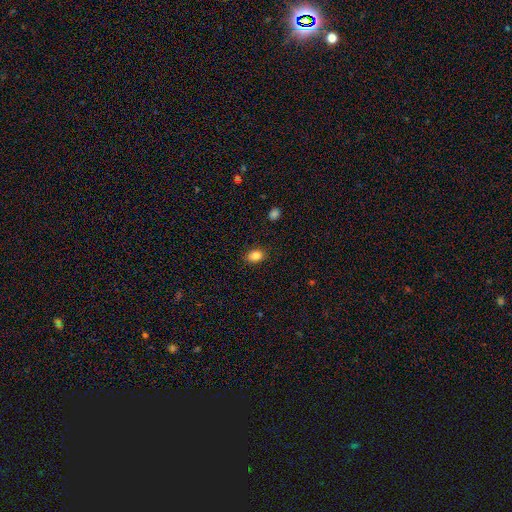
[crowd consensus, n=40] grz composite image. It shows a smooth galaxy with no disk features (88%) that is in between round and cigar-shaped (77%). Merging: none (91%).